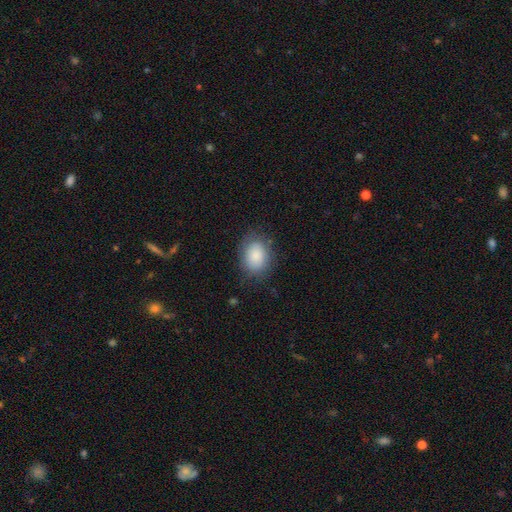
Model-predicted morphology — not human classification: This appears to be a smooth galaxy with no disk features (86%) that is in between round and cigar-shaped (67%). Merging: none (77%).